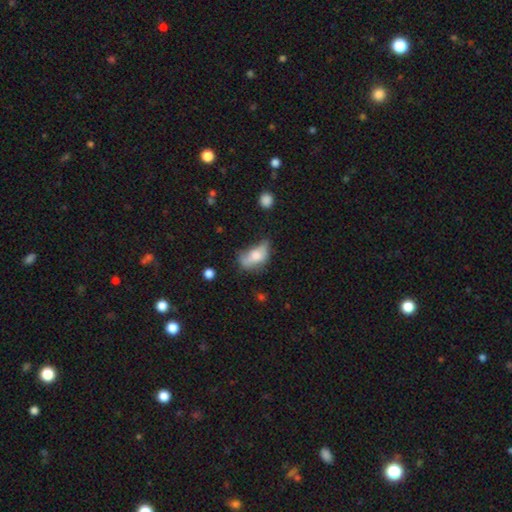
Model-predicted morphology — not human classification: Smooth or featured?
  - smooth: 60% *
  - featured or disk: 30%
  - star or artifact: 10%
How rounded?
  - in between: 84% *
  - round: 11%
  - cigar-shaped: 6%
Merging?
  - major disturbance: 32% *
  - minor disturbance: 31%
  - none: 27%
  - merger: 10%